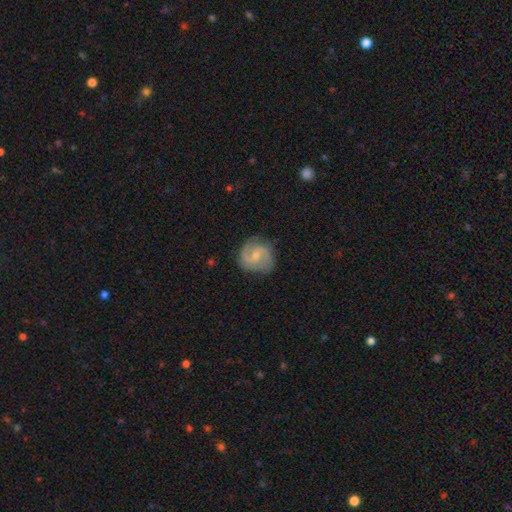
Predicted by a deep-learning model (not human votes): Morphology: type=featured or disk (81%); edge-on=no (98%); bar=weak (50%); spiral arms=yes (96%); winding=medium (53%); arm count=2 (86%); bulge=small (55%); merging=none (78%).